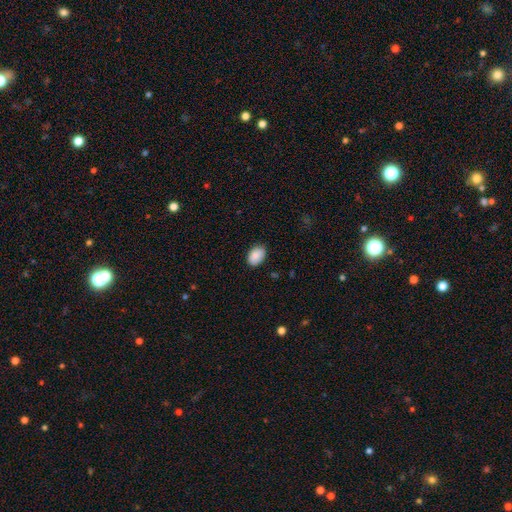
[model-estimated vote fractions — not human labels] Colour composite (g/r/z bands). It shows a smooth galaxy with no disk features (89%) that is in between round and cigar-shaped (85%). Merging: none (85%).